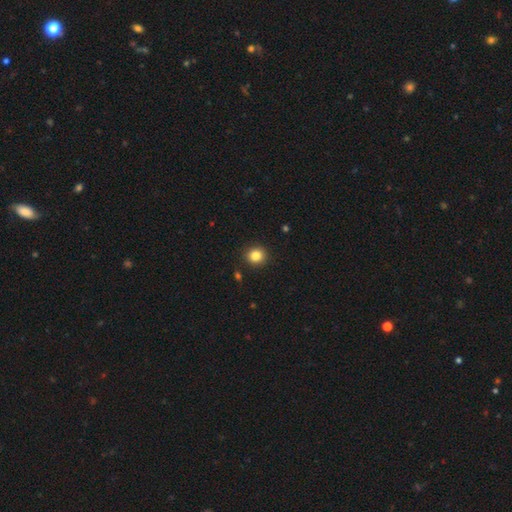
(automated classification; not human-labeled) Smooth or featured? smooth (84%)
How rounded? round (88%)
Merging? none (91%)